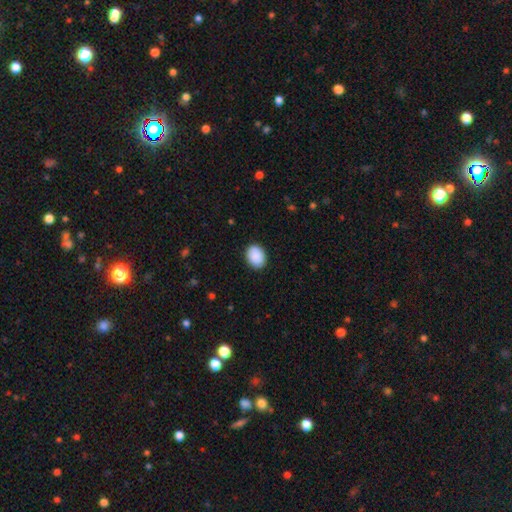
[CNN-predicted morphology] This appears to be a smooth galaxy with no disk features (91%) that is in between round and cigar-shaped (66%). Merging: none (89%).